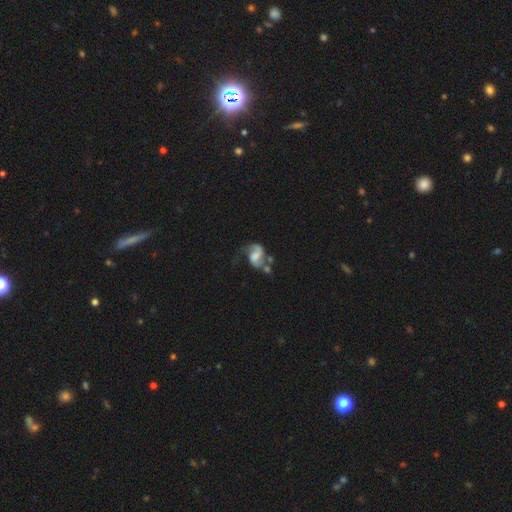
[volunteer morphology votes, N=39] Smooth or featured? featured or disk (77%)
Edge-on disk? no (97%)
Bar? no (55%)
Spiral arms? yes (93%)
Spiral winding? loose (44%)
Spiral arm count? 2 (48%)
Bulge size? large (45%)
Merging? major disturbance (39%)